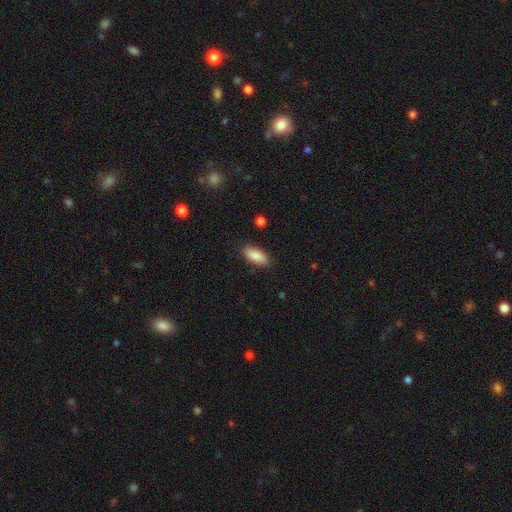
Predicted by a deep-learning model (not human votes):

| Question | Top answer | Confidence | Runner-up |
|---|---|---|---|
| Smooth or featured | smooth | 88% | star or artifact (6%) |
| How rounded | in between | 87% | cigar-shaped (11%) |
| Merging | none | 87% | minor disturbance (9%) |